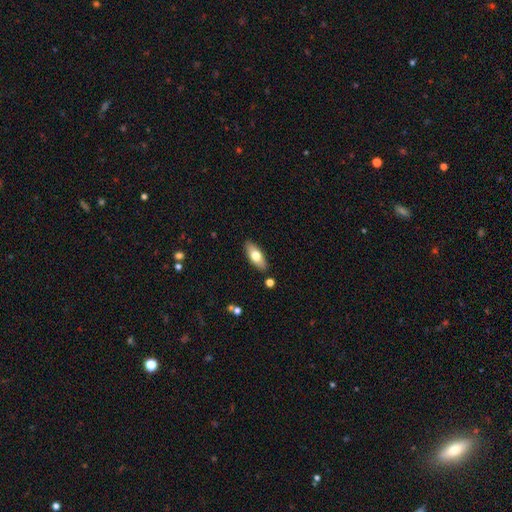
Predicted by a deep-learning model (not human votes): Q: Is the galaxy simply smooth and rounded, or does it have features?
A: smooth — 67%.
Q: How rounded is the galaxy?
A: in between — 78%.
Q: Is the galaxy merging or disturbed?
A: none — 87%.